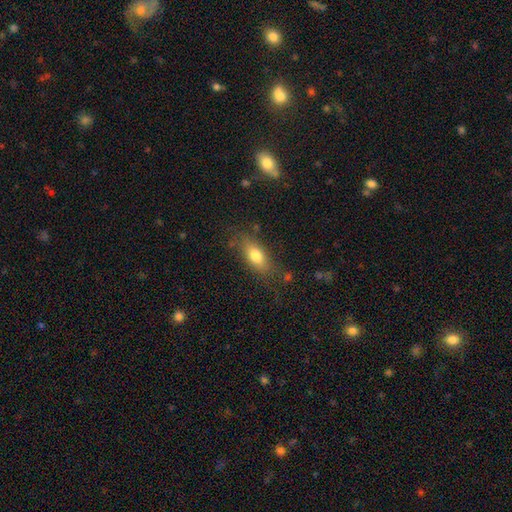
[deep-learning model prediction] smooth 76%, featured or disk 15%, star or artifact 8%. Down the decision tree: how rounded — in between (81%); merging — none (74%).